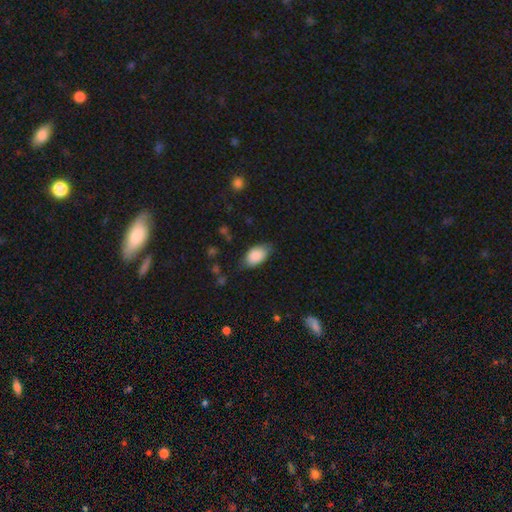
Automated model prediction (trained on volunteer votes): The model was most divided on "merging": none: 70%, minor disturbance: 23%, major disturbance: 5%, merger: 1%. More confident: how rounded — in between (93%); smooth or featured — smooth (87%).